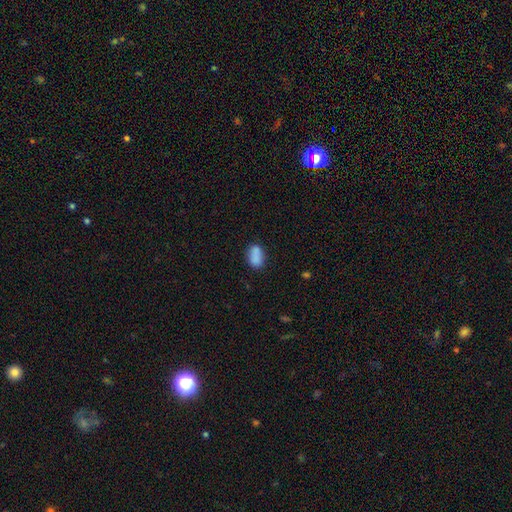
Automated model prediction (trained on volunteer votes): Smooth or featured?
  - smooth: 85% *
  - star or artifact: 9%
  - featured or disk: 6%
How rounded?
  - in between: 88% *
  - round: 10%
  - cigar-shaped: 3%
Merging?
  - none: 73% *
  - minor disturbance: 17%
  - merger: 7%
  - major disturbance: 4%